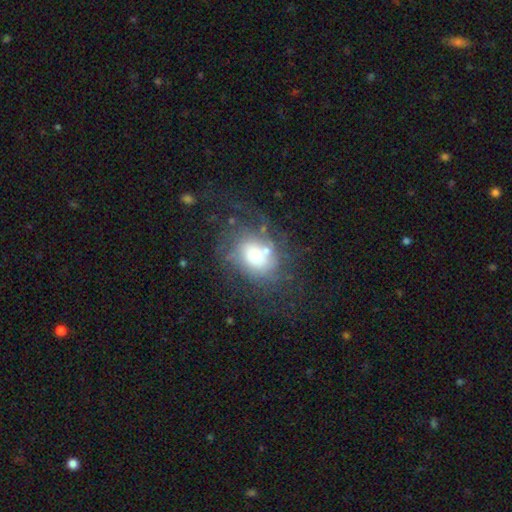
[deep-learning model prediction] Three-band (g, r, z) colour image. It shows a featured or disk galaxy (54%) with no bar (79%), spiral arms (73%) and a large central bulge (49%). Merging: none (50%).